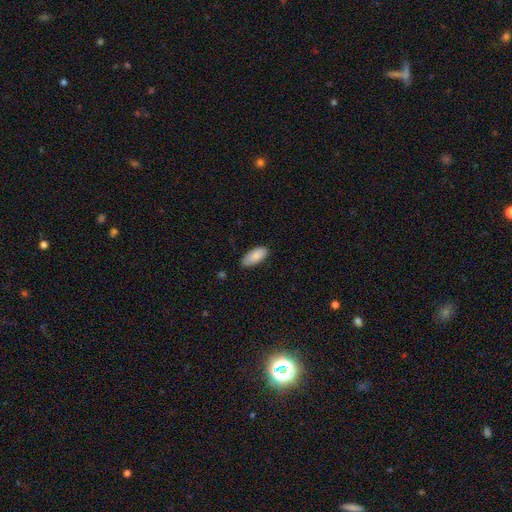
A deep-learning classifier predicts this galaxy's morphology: smooth 88%, featured or disk 6%, star or artifact 6%. Down the decision tree: how rounded — in between (88%); merging — none (77%).